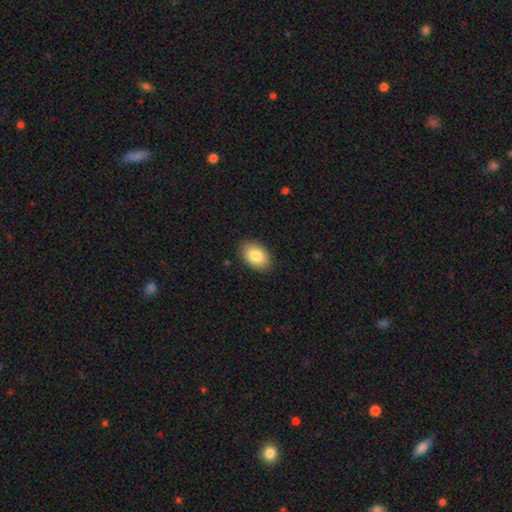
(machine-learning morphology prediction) Smooth or featured? Predicted: smooth (p=0.85). How rounded? Predicted: in between (p=0.89). Merging? Predicted: none (p=0.86).